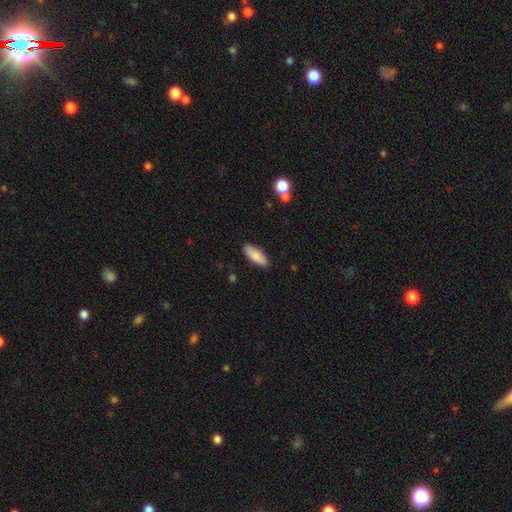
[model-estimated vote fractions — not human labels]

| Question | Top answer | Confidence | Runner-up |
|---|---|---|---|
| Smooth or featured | smooth | 87% | featured or disk (7%) |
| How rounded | in between | 74% | cigar-shaped (24%) |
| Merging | none | 88% | minor disturbance (8%) |